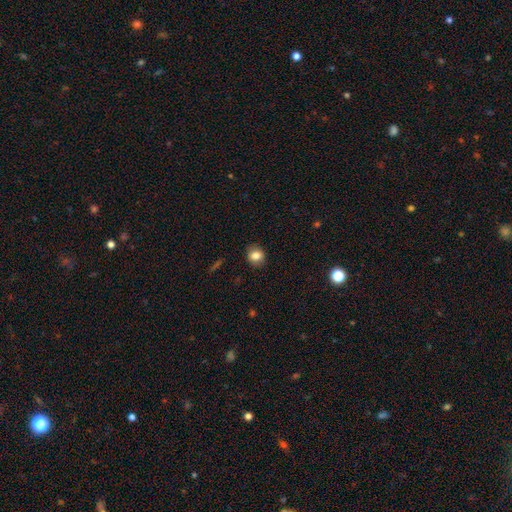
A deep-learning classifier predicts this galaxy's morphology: Q: Smooth or featured?
A: smooth (81%); runner-up: star or artifact (10%)
Q: How rounded?
A: round (64%); runner-up: in between (35%)
Q: Merging?
A: none (86%); runner-up: minor disturbance (10%)